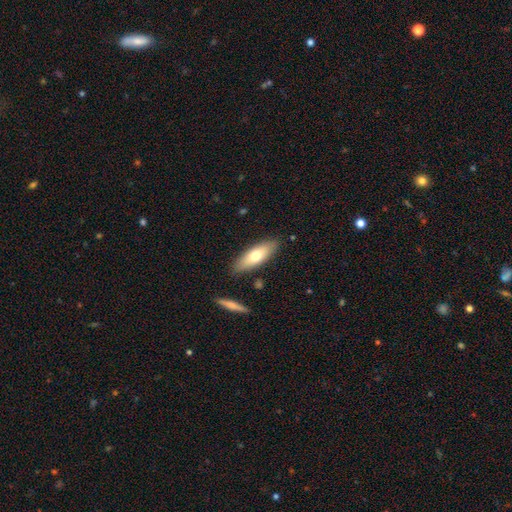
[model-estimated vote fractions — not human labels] Q: Smooth or featured?
A: smooth (67%); runner-up: featured or disk (27%)
Q: How rounded?
A: in between (63%); runner-up: cigar-shaped (35%)
Q: Merging?
A: none (85%); runner-up: minor disturbance (10%)